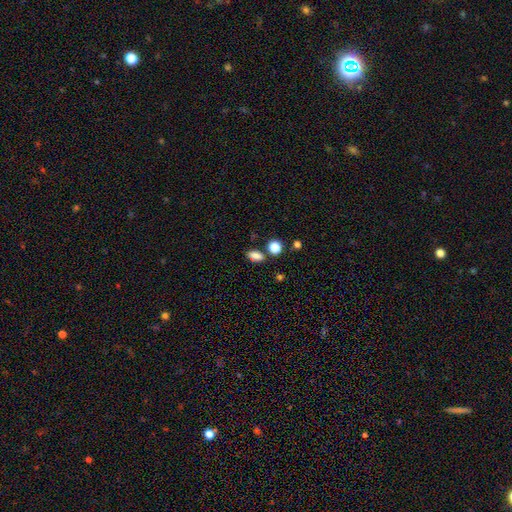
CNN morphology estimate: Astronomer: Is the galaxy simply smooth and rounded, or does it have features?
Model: smooth — 84%.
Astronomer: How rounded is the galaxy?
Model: in between — 82%.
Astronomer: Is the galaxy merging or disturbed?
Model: none — 74%.